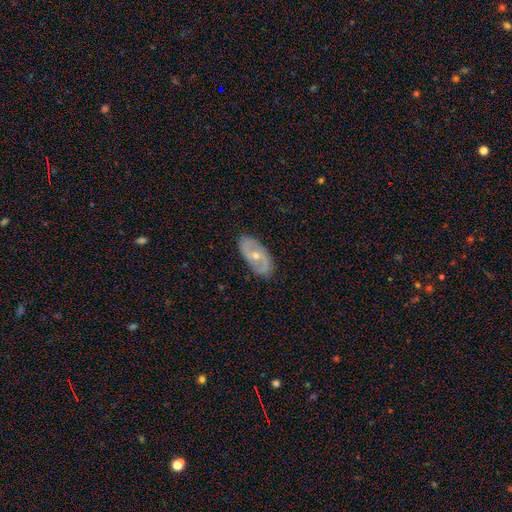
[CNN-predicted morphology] Smooth or featured? Predicted: featured or disk (p=0.72). Edge-on disk? Predicted: no (p=0.91). Bar? Predicted: no (p=0.61). Spiral arms? Predicted: yes (p=0.77). Spiral winding? Predicted: medium (p=0.43). Spiral arm count? Predicted: 2 (p=0.79). Bulge size? Predicted: moderate (p=0.50). Merging? Predicted: none (p=0.83).